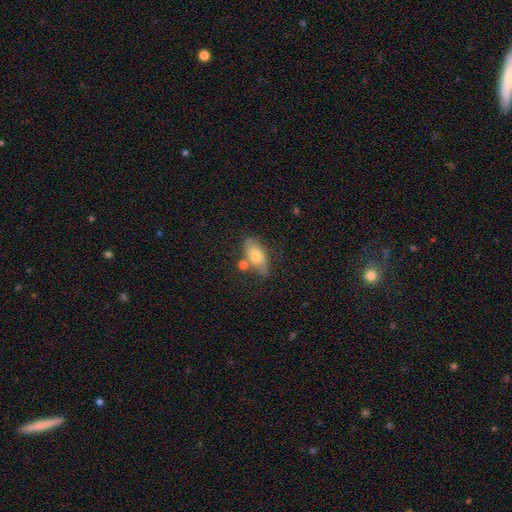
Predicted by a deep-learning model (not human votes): smooth-or-featured: smooth: 57% | featured or disk: 35% | star or artifact: 8%
  how-rounded: in between: 87% | round: 7% | cigar-shaped: 6%
  merging: none: 62% | minor disturbance: 19% | merger: 13% | major disturbance: 6%